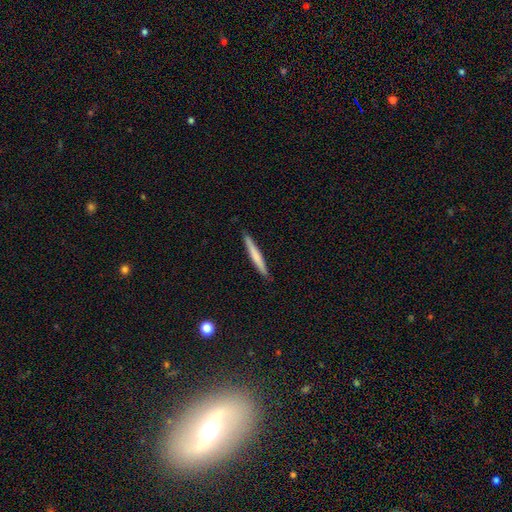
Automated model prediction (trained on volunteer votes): Smooth or featured? Predicted: smooth (p=0.63). How rounded? Predicted: cigar-shaped (p=0.96). Merging? Predicted: none (p=0.91).